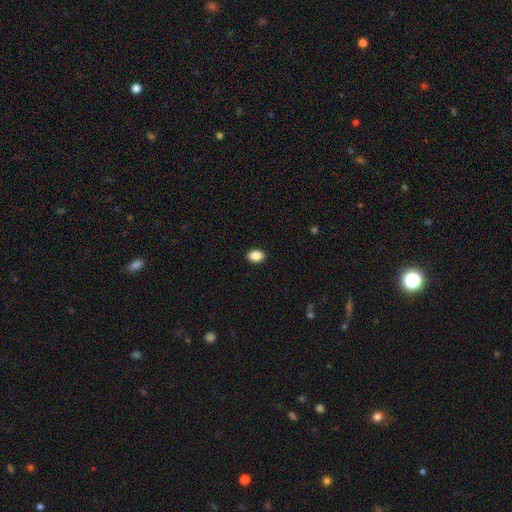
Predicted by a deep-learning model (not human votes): Morphology: type=smooth (89%); roundness=in between (82%); merging=none (91%).